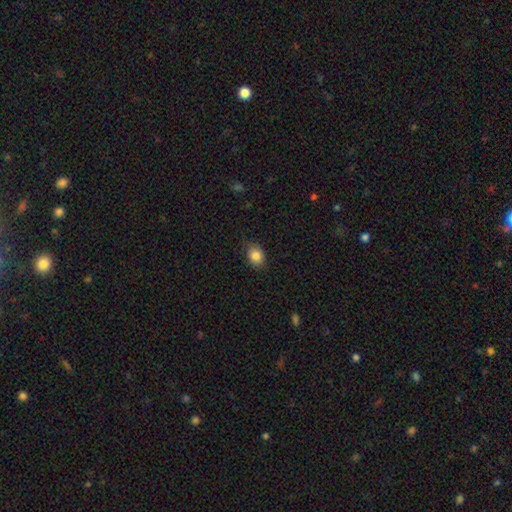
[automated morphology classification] Q: Smooth or featured?
A: smooth (85%); runner-up: star or artifact (9%)
Q: How rounded?
A: in between (60%); runner-up: round (39%)
Q: Merging?
A: none (81%); runner-up: minor disturbance (16%)